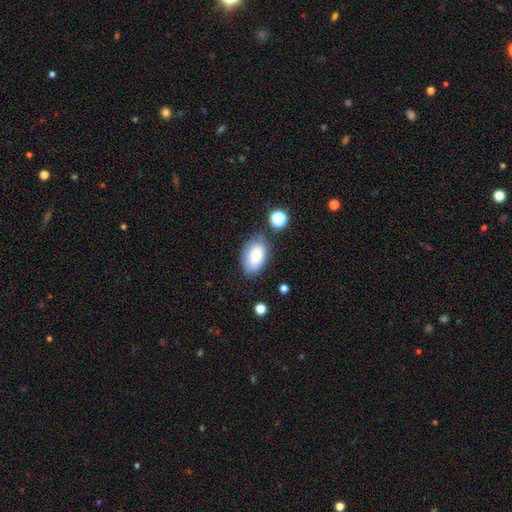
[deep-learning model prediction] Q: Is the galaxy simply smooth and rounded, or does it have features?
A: smooth — 83%.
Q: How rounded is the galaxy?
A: in between — 92%.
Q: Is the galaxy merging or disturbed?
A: none — 72%.